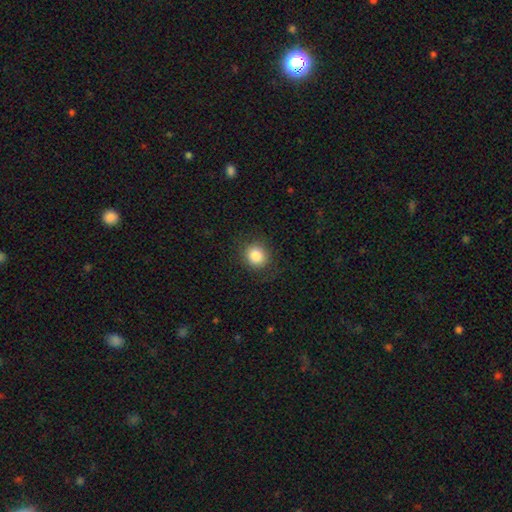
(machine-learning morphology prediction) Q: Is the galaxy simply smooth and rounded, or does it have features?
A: smooth — 84%.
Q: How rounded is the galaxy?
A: round — 85%.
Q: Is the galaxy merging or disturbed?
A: none — 87%.